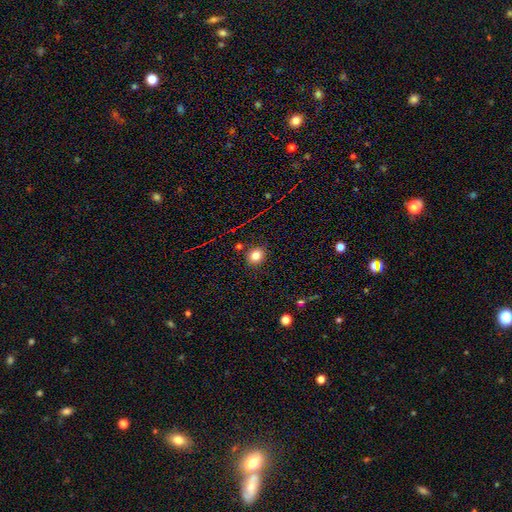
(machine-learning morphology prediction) A smooth galaxy with no disk features (81%) that is round (74%).

Vote fractions:
- Smooth or featured? smooth: 81% / star or artifact: 12% / featured or disk: 6%
- How rounded? round: 74% / in between: 25% / cigar-shaped: 1%
- Merging? none: 86% / minor disturbance: 8% / merger: 4% / major disturbance: 2%